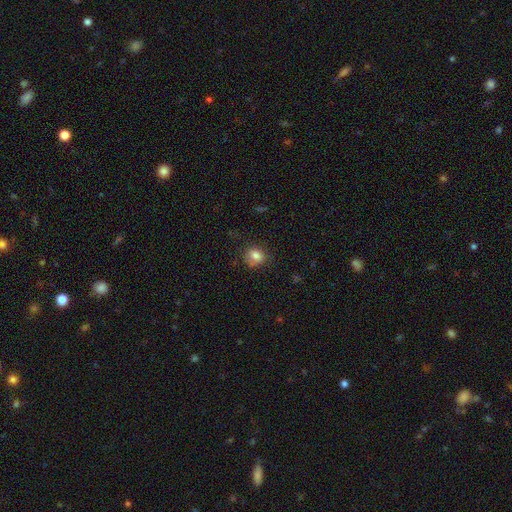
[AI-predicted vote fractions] Morphology: type=smooth (80%); roundness=round (62%); merging=none (67%).